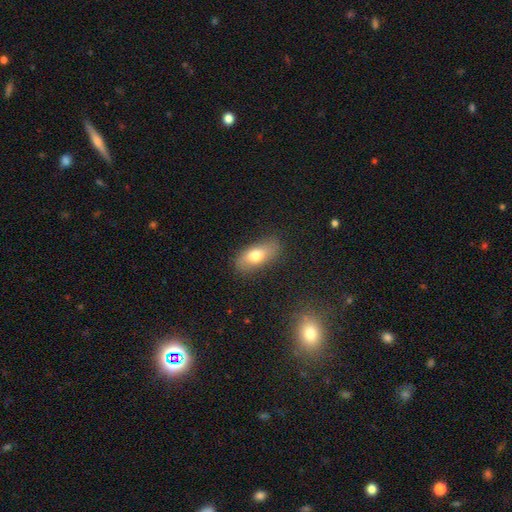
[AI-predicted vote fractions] Smooth or featured? smooth (71%)
How rounded? in between (83%)
Merging? none (81%)